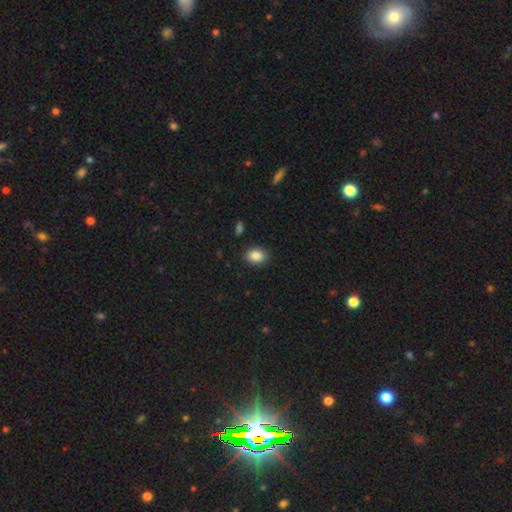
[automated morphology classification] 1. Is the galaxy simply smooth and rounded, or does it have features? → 88% smooth, 8% star or artifact, 4% featured or disk.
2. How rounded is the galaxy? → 69% in between, 30% round, 1% cigar-shaped.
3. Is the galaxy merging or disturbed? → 87% none, 9% minor disturbance, 2% major disturbance, 1% merger.